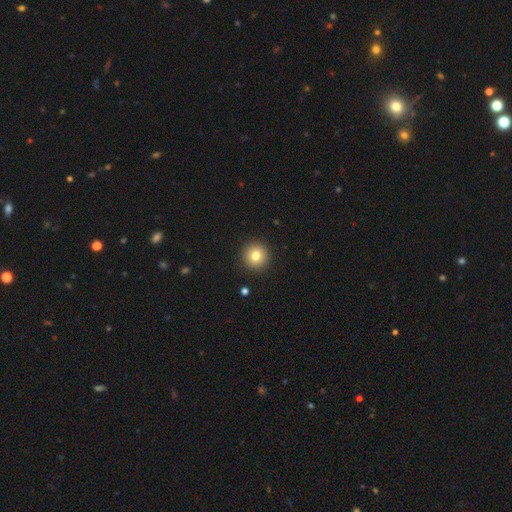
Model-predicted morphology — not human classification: The model was most divided on "smooth or featured": smooth: 80%, star or artifact: 10%, featured or disk: 10%. More confident: how rounded — round (95%); merging — none (93%).